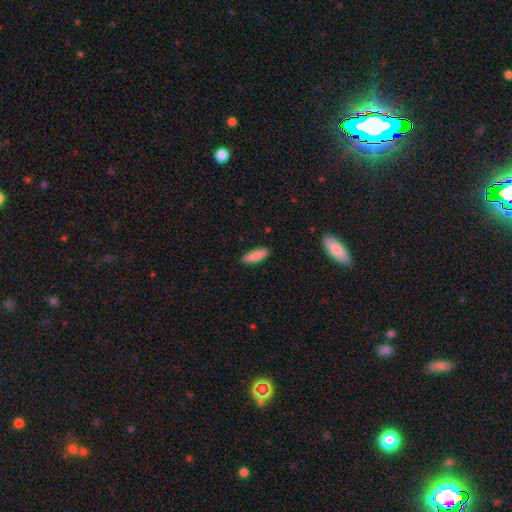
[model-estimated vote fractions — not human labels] The model was most divided on "how rounded": cigar-shaped: 56%, in between: 42%, round: 2%. More confident: merging — none (88%); smooth or featured — smooth (87%).